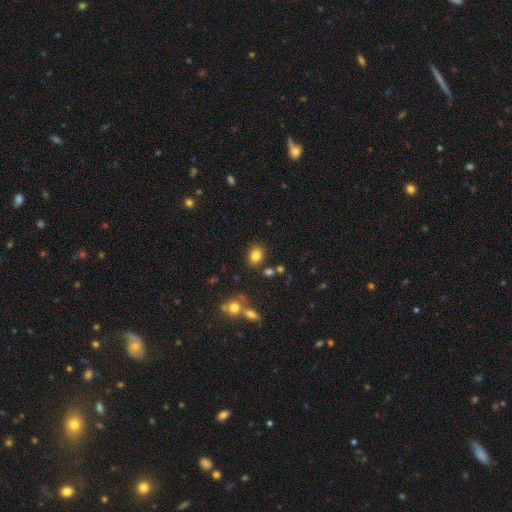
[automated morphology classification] Smooth or featured? smooth (82%)
How rounded? in between (69%)
Merging? none (79%)